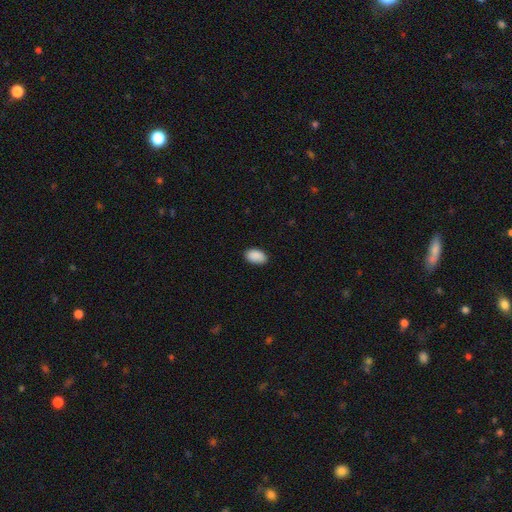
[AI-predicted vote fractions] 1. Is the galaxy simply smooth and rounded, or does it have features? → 91% smooth, 7% star or artifact, 3% featured or disk.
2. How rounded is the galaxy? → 93% in between, 6% round, 1% cigar-shaped.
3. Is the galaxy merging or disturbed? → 85% none, 12% minor disturbance, 2% major disturbance, 1% merger.